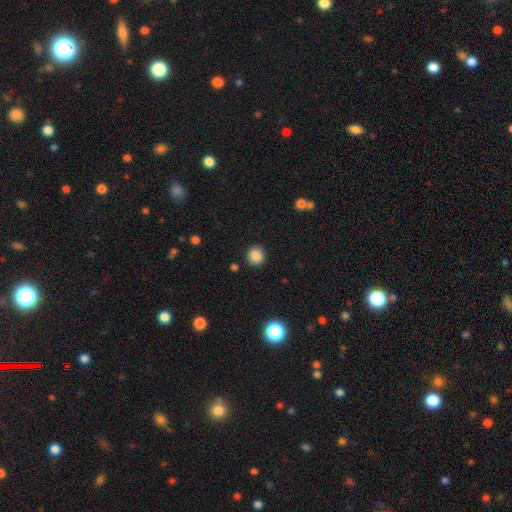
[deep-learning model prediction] This appears to be a smooth galaxy with no disk features (85%) that is round (92%). Merging: none (91%).